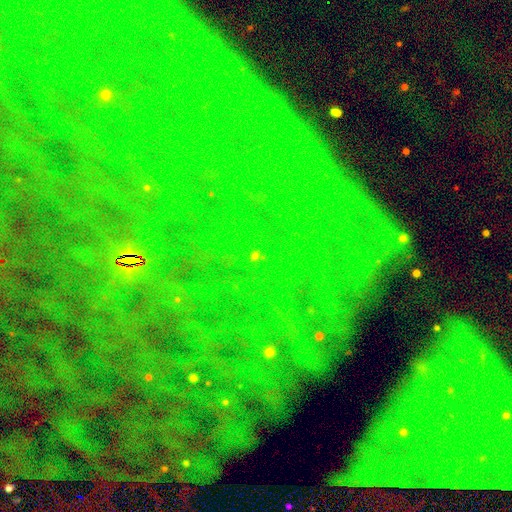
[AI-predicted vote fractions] Smooth or featured? Predicted: star or artifact (p=0.84).